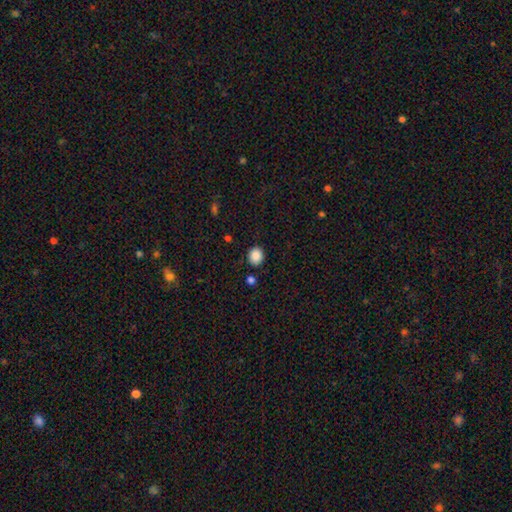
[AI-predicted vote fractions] smooth_or_featured: smooth (p=0.88) [alt: star or artifact p=0.09]
how_rounded: round (p=0.75) [alt: in between p=0.24]
merging: none (p=0.86) [alt: minor disturbance p=0.08]